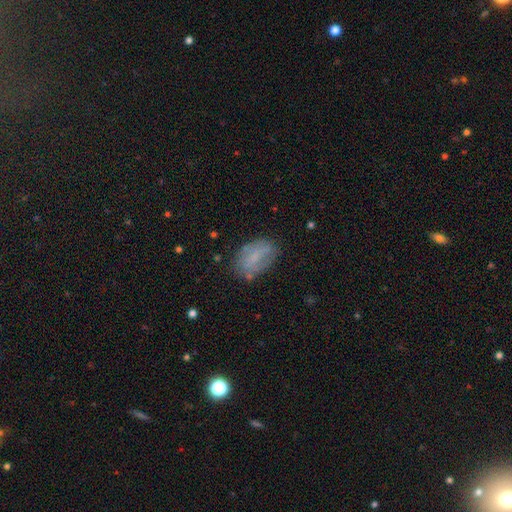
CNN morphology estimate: Overall: smooth (61%; featured or disk 30%). How rounded: in between (89%). Merging: none (65%).